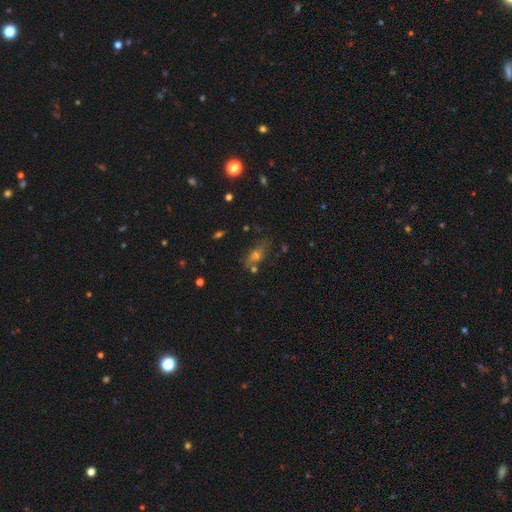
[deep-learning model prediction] smooth_or_featured: smooth (p=0.52) [alt: featured or disk p=0.26]
how_rounded: in between (p=0.63) [alt: cigar-shaped p=0.21]
merging: none (p=0.64) [alt: minor disturbance p=0.17]